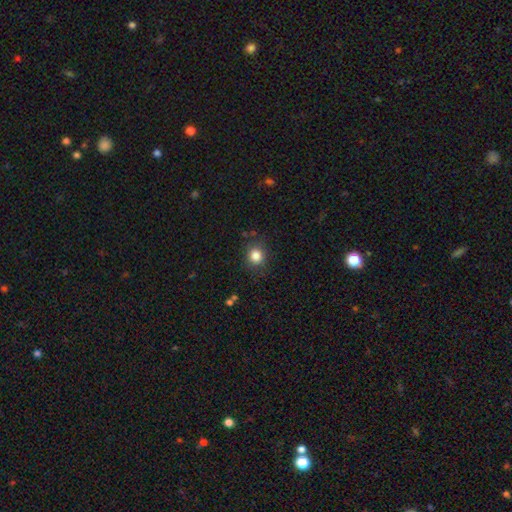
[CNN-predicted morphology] Smooth or featured? smooth (84%)
How rounded? round (84%)
Merging? none (82%)